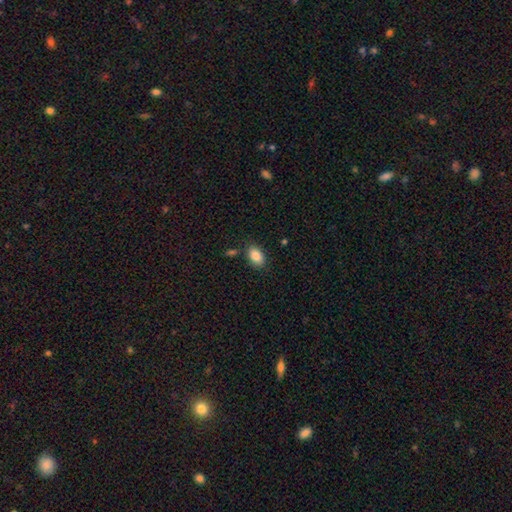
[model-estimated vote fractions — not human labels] Smooth or featured? smooth (87%)
How rounded? in between (90%)
Merging? none (81%)